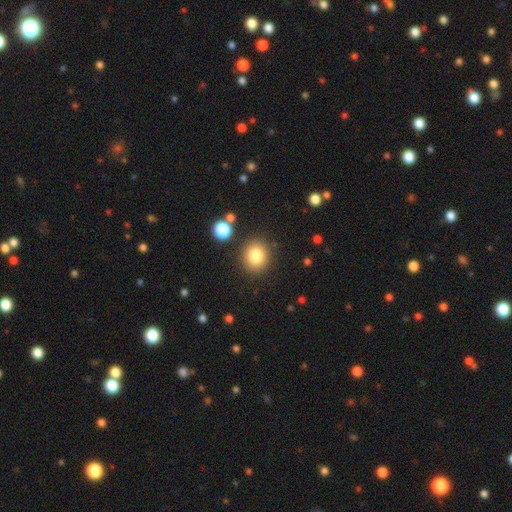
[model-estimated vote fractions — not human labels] Overall: smooth (81%). How rounded: round (83%). Merging: none (86%).